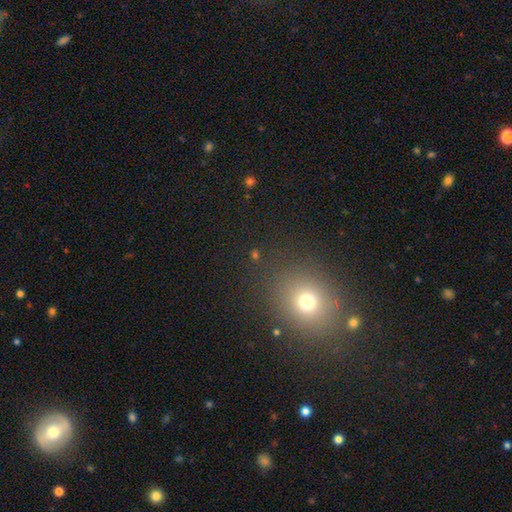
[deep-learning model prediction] Smooth or featured: smooth — 57% (star or artifact — 34%)
How rounded: round — 70% (in between — 28%)
Merging: none — 83% (minor disturbance — 9%)